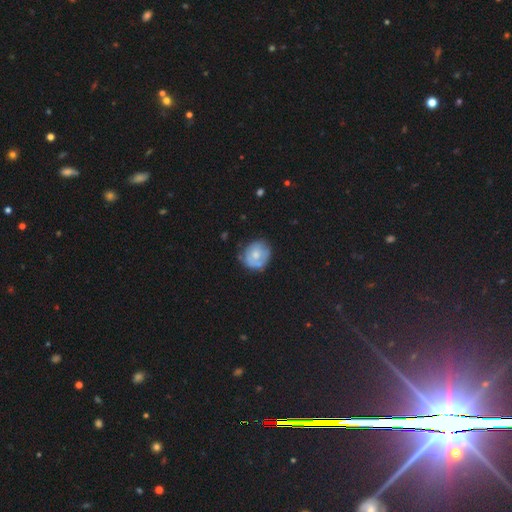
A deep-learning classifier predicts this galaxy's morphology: Smooth or featured?
  - smooth: 53% *
  - featured or disk: 40%
  - star or artifact: 7%
How rounded?
  - round: 76% *
  - in between: 23%
  - cigar-shaped: 1%
Merging?
  - none: 61% *
  - minor disturbance: 27%
  - major disturbance: 8%
  - merger: 4%